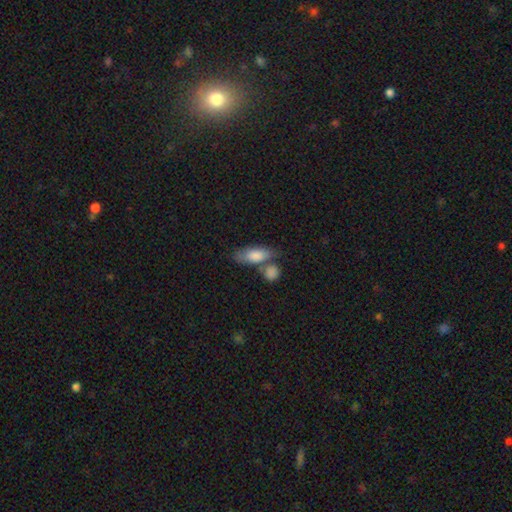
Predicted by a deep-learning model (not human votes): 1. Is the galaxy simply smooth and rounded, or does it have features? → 78% smooth, 15% featured or disk, 6% star or artifact.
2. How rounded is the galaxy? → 81% in between, 15% cigar-shaped, 5% round.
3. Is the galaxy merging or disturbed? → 45% none, 32% merger, 16% minor disturbance, 6% major disturbance.